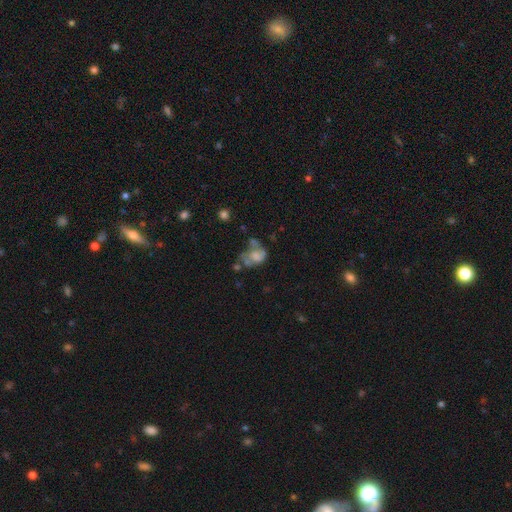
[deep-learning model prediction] Smooth or featured? Predicted: smooth (p=0.45). Merging? Predicted: major disturbance (p=0.32).